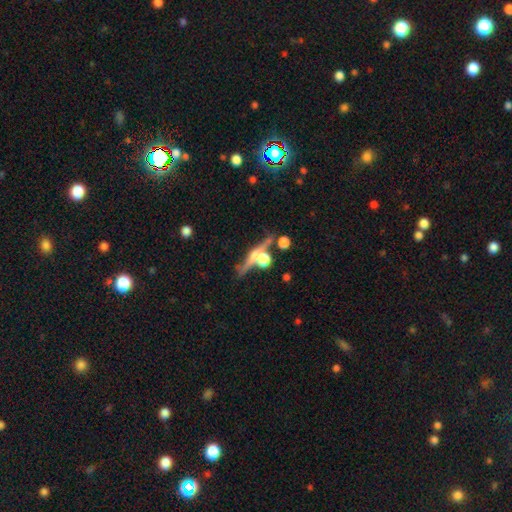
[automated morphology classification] type=featured or disk (62%); edge-on=yes (90%); edge-on bulge=rounded (77%); merging=none (66%).